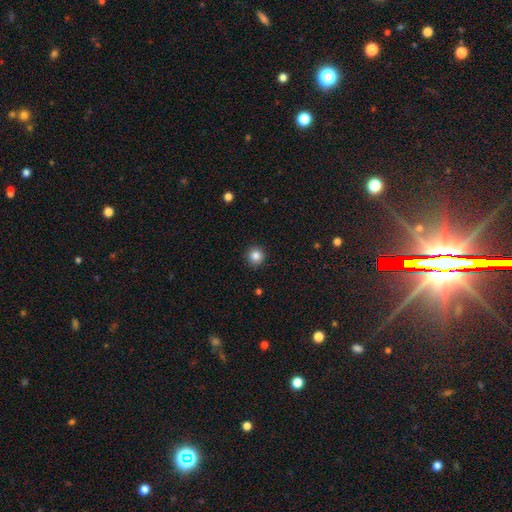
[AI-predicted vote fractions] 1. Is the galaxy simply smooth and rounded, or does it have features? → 84% smooth, 11% star or artifact, 5% featured or disk.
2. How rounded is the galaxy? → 95% round, 4% in between, 1% cigar-shaped.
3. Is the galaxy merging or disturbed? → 92% none, 5% minor disturbance, 2% major disturbance, 1% merger.